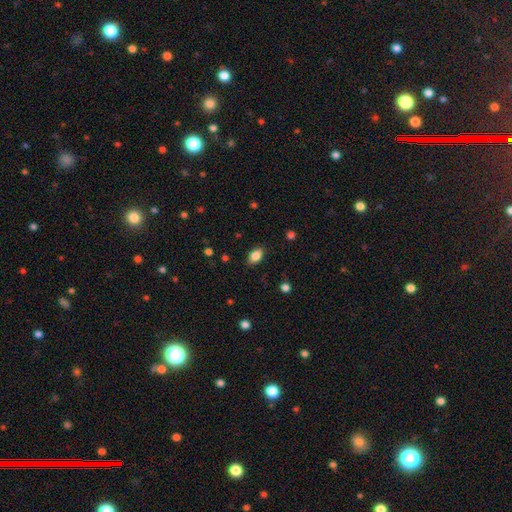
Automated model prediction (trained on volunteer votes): The model was most divided on "merging": none: 86%, minor disturbance: 11%, major disturbance: 3%, merger: 1%. More confident: how rounded — in between (88%); smooth or featured — smooth (85%).